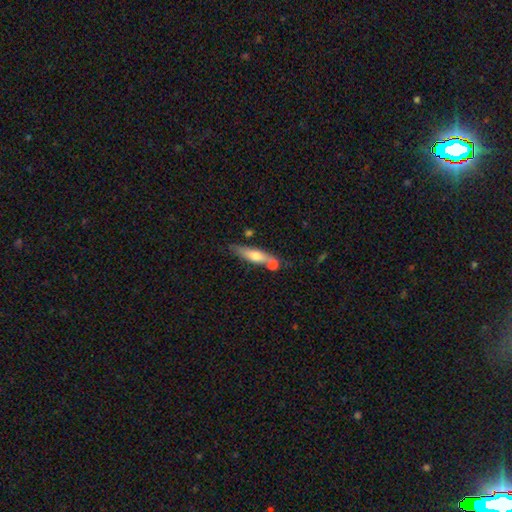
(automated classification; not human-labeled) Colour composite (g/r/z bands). It shows a smooth galaxy with no disk features (58%) that is cigar-shaped (69%). Merging: none (53%).